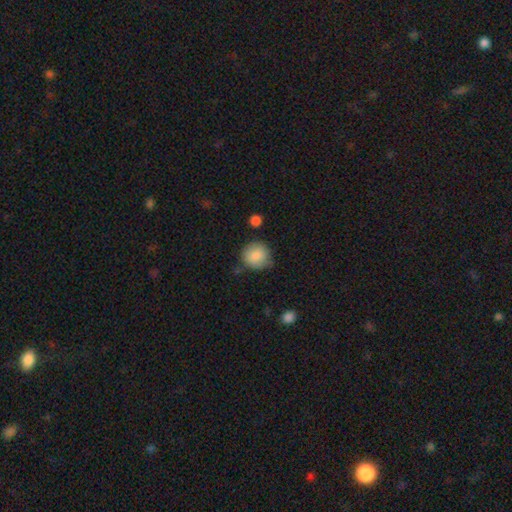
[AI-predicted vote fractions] Smooth or featured? smooth (87%)
How rounded? round (90%)
Merging? none (73%)